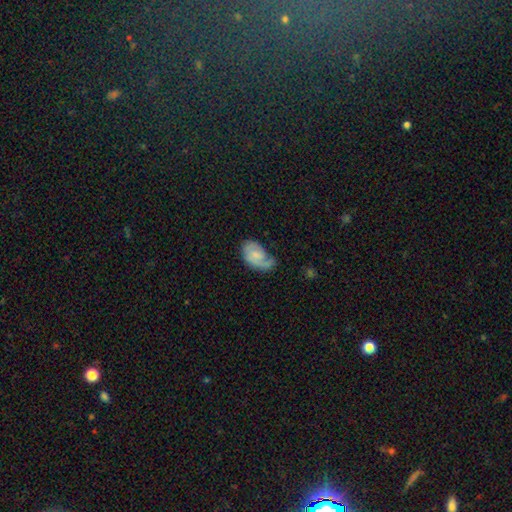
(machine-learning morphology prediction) featured or disk 59%, smooth 35%, star or artifact 6%. Down the decision tree: edge-on disk — no (97%); bar — no (62%); spiral arms — yes (90%); spiral arm count — 1 (46%); spiral winding — medium (39%); bulge size — small (45%); merging — none (45%).